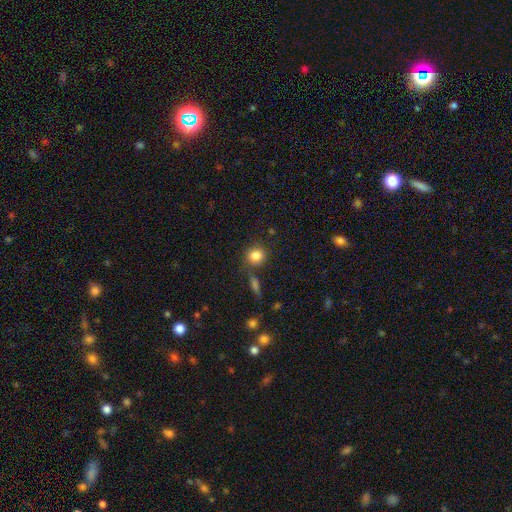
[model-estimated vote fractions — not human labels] The model was most divided on "merging": none: 75%, minor disturbance: 12%, merger: 9%, major disturbance: 4%. More confident: smooth or featured — smooth (83%); how rounded — round (83%).